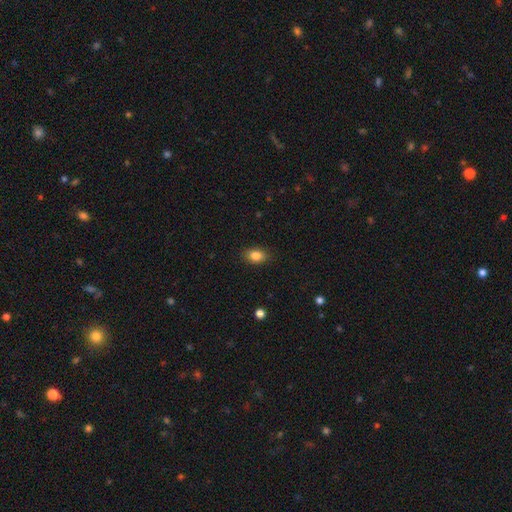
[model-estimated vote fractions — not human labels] Smooth or featured? smooth (84%)
How rounded? in between (78%)
Merging? none (87%)